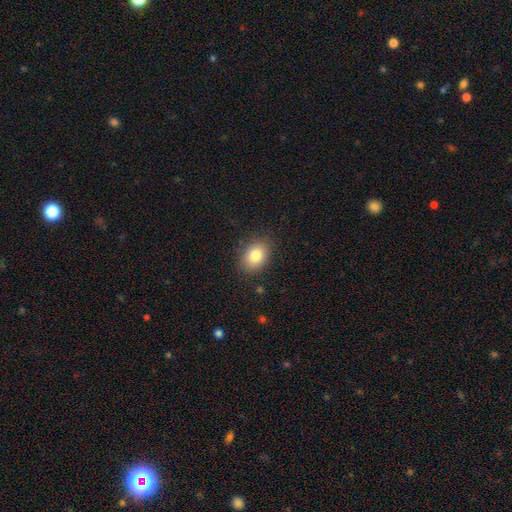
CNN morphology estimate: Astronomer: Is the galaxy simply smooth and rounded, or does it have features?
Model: smooth — 82%.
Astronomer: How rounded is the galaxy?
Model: in between — 75%.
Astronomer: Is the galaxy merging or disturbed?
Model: none — 85%.